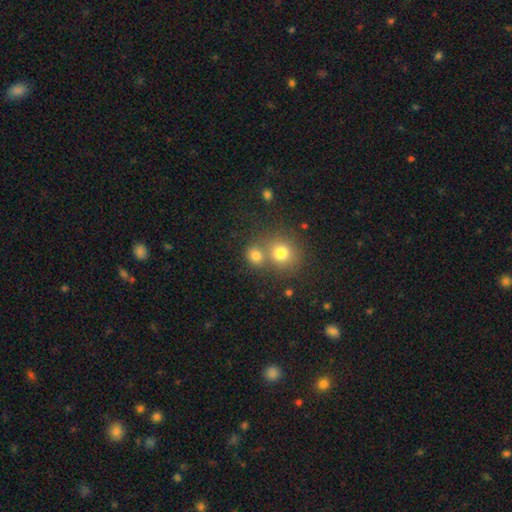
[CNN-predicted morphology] This is likely a smooth galaxy (78%). How rounded: likely round (75%). Merging: possibly none (51%).